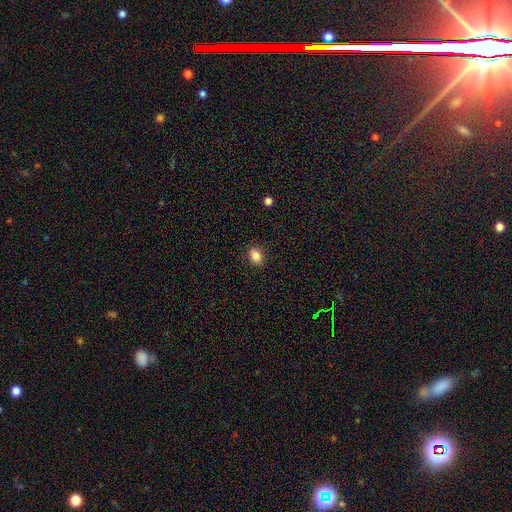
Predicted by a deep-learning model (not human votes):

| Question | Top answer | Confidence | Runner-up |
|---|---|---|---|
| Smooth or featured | smooth | 86% | star or artifact (9%) |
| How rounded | in between | 71% | round (28%) |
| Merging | none | 88% | minor disturbance (9%) |